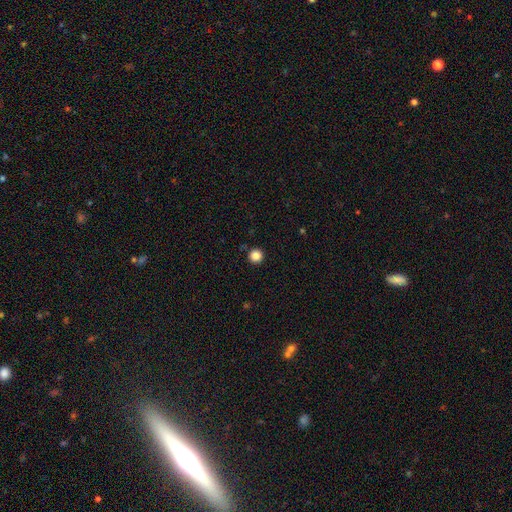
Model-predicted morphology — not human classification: Smooth or featured? Predicted: smooth (p=0.85). How rounded? Predicted: round (p=0.96). Merging? Predicted: none (p=0.92).